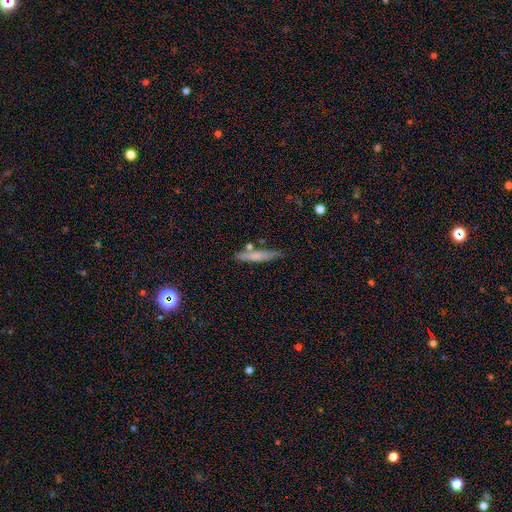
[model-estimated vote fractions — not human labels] This appears to be a smooth galaxy with no disk features (66%) that is cigar-shaped (90%). Merging: none (76%).